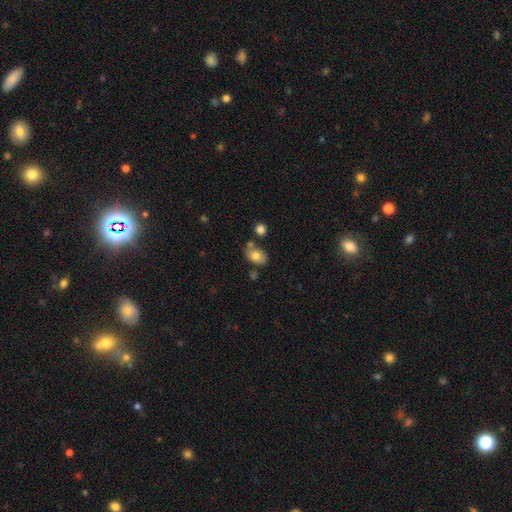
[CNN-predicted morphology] Smooth or featured?
  - smooth: 76% *
  - featured or disk: 15%
  - star or artifact: 9%
How rounded?
  - in between: 80% *
  - round: 18%
  - cigar-shaped: 1%
Merging?
  - none: 64% *
  - minor disturbance: 16%
  - merger: 16%
  - major disturbance: 4%